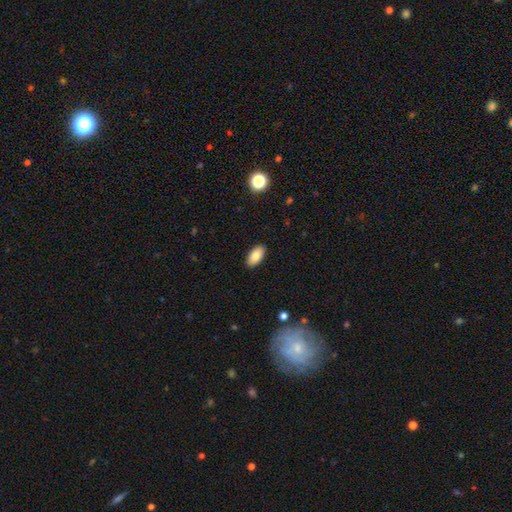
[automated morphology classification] A smooth galaxy with no disk features (82%) that is in between round and cigar-shaped (93%).

Vote fractions:
- Smooth or featured? smooth: 82% / featured or disk: 11% / star or artifact: 7%
- How rounded? in between: 93% / cigar-shaped: 4% / round: 3%
- Merging? none: 90% / minor disturbance: 7% / major disturbance: 2% / merger: 1%